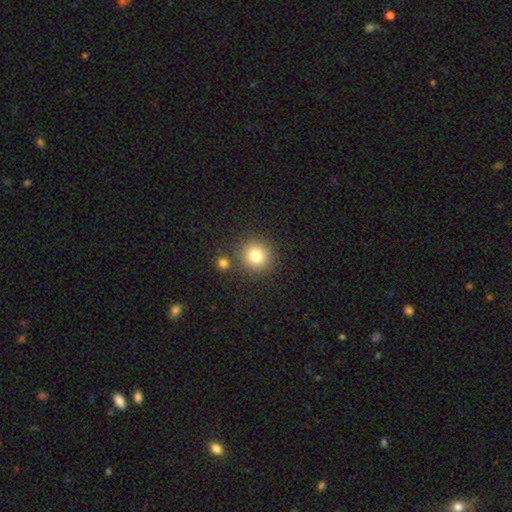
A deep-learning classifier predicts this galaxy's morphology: This appears to be a smooth galaxy with no disk features (79%) that is round (93%). Merging: none (82%).